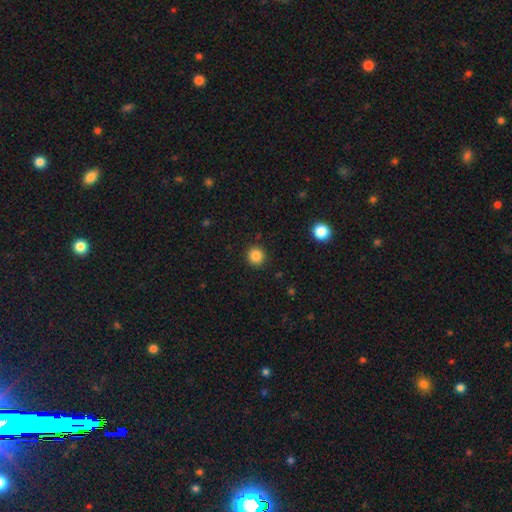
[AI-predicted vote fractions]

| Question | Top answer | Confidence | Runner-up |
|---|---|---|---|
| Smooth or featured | smooth | 85% | star or artifact (11%) |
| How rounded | round | 94% | in between (6%) |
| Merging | none | 91% | minor disturbance (6%) |